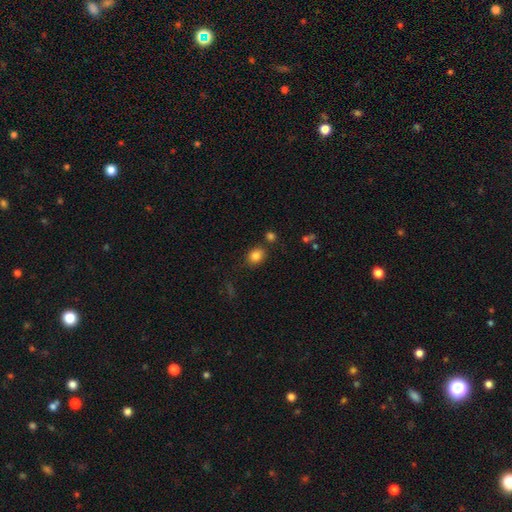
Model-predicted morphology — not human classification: smooth 84%, star or artifact 10%, featured or disk 6%. Down the decision tree: how rounded — in between (51%); merging — none (77%).